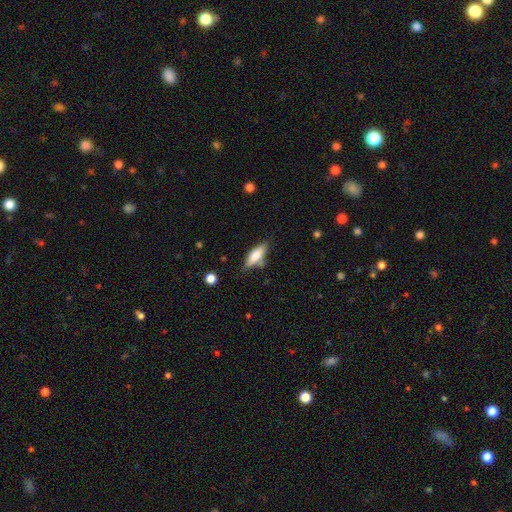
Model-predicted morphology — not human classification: This appears to be a smooth galaxy with no disk features (70%) that is in between round and cigar-shaped (58%). Merging: none (70%).